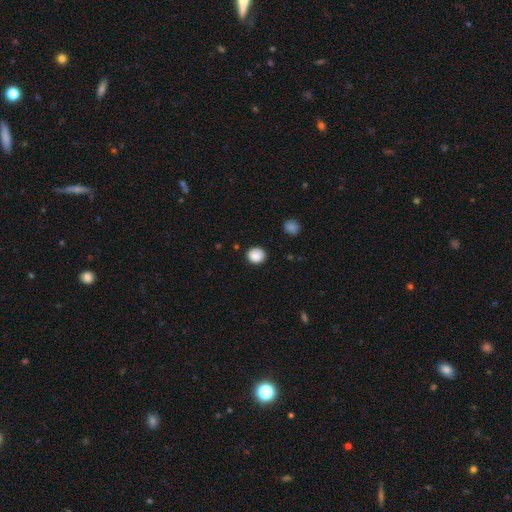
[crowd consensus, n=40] Overall: smooth (88%). How rounded: round (74%). Merging: none (97%).